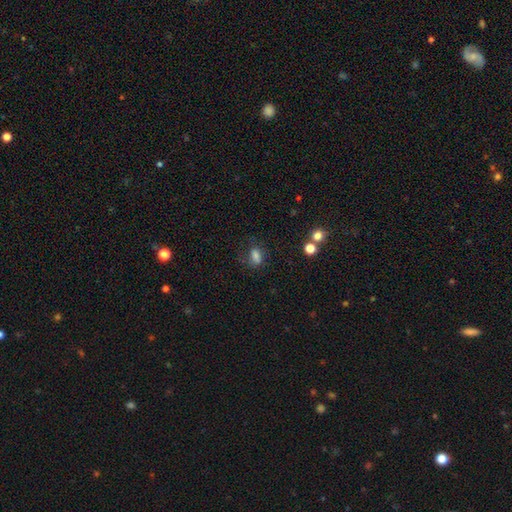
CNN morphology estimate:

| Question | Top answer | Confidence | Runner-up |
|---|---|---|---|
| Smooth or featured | smooth | 77% | star or artifact (13%) |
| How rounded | in between | 79% | round (17%) |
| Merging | none | 56% | minor disturbance (24%) |